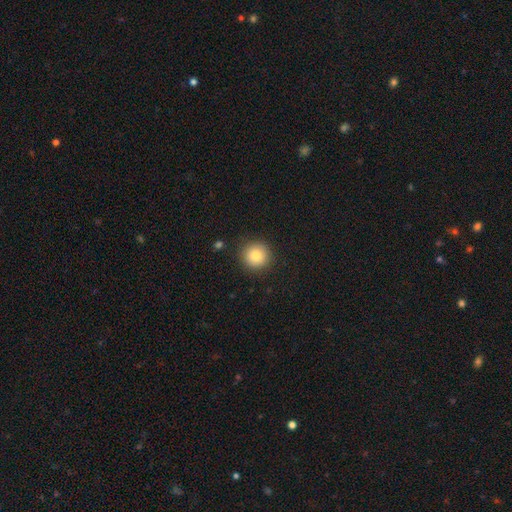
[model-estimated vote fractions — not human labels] This appears to be a smooth galaxy with no disk features (83%) that is round (95%). Merging: none (90%).